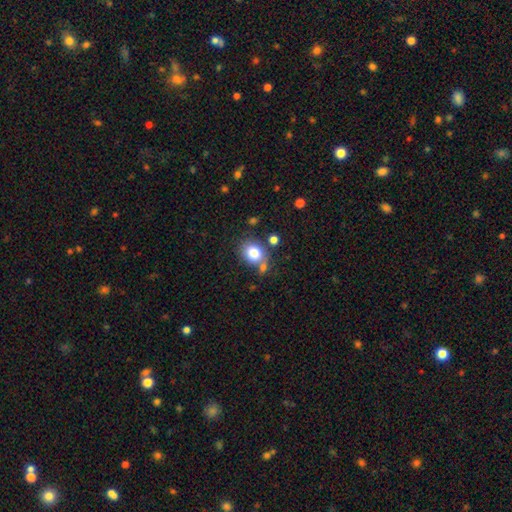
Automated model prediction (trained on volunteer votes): Smooth or featured?
  - smooth: 80% *
  - star or artifact: 11%
  - featured or disk: 9%
How rounded?
  - round: 60% *
  - in between: 40%
  - cigar-shaped: 1%
Merging?
  - none: 69% *
  - minor disturbance: 14%
  - merger: 13%
  - major disturbance: 4%